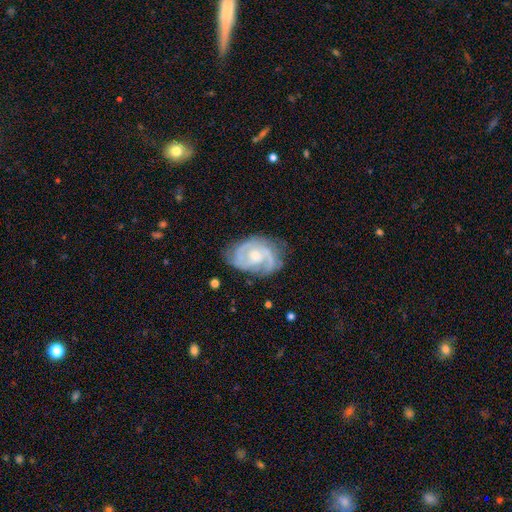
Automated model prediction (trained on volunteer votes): Q: Smooth or featured?
A: featured or disk (87%); runner-up: smooth (8%)
Q: Edge-on disk?
A: no (97%); runner-up: yes (3%)
Q: Bar?
A: no (60%); runner-up: weak (34%)
Q: Spiral arms?
A: yes (96%); runner-up: no (4%)
Q: Spiral winding?
A: tight (51%); runner-up: medium (41%)
Q: Spiral arm count?
A: 2 (60%); runner-up: 3 (19%)
Q: Bulge size?
A: moderate (50%); runner-up: small (39%)
Q: Merging?
A: none (68%); runner-up: minor disturbance (22%)